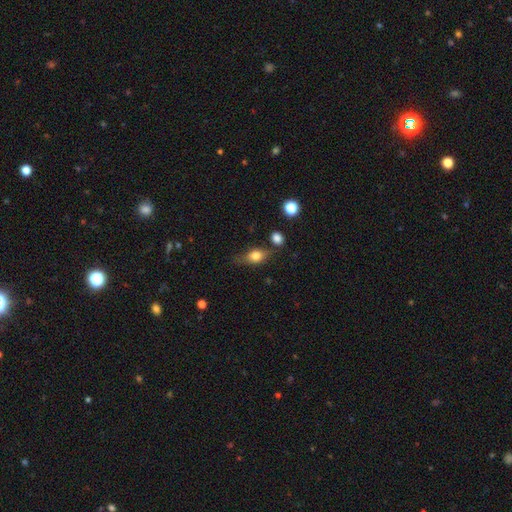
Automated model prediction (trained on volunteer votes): A smooth galaxy with no disk features (69%) that is in between round and cigar-shaped (71%).

Vote fractions:
- Smooth or featured? smooth: 69% / featured or disk: 22% / star or artifact: 9%
- How rounded? in between: 71% / round: 19% / cigar-shaped: 10%
- Merging? none: 60% / minor disturbance: 25% / major disturbance: 8% / merger: 7%